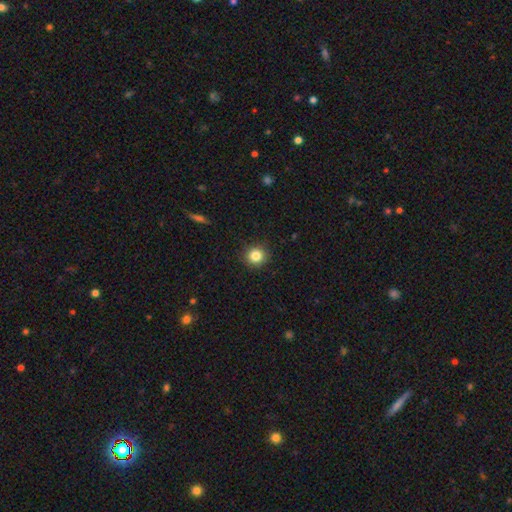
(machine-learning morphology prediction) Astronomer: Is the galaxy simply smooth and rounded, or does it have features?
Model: smooth — 84%.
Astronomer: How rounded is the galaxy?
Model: round — 92%.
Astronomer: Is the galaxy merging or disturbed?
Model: none — 91%.